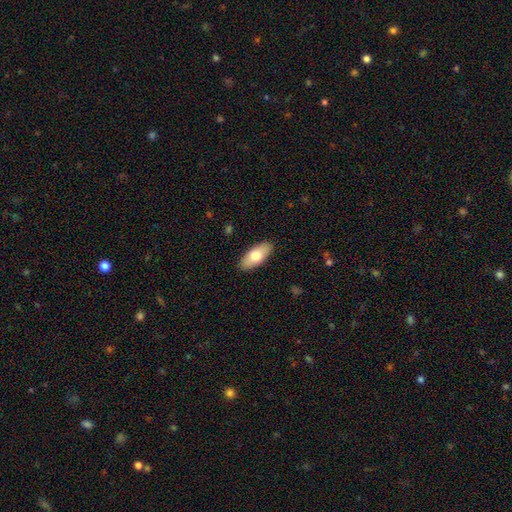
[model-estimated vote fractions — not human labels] Smooth or featured: smooth — 73% (featured or disk — 21%)
How rounded: in between — 88% (cigar-shaped — 10%)
Merging: none — 89% (minor disturbance — 8%)